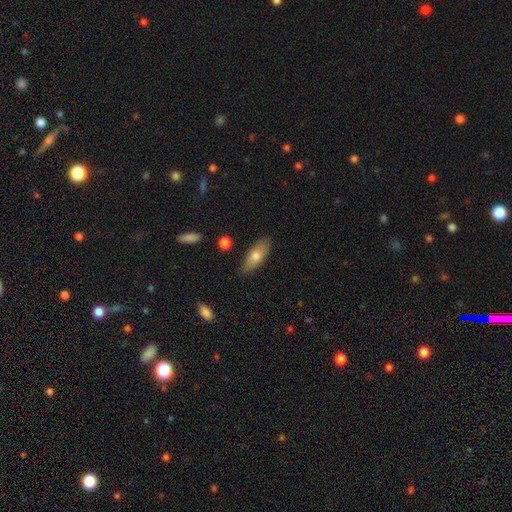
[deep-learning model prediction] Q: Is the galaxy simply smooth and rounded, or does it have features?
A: smooth — 69%.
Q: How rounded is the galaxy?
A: in between — 74%.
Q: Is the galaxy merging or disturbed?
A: none — 80%.